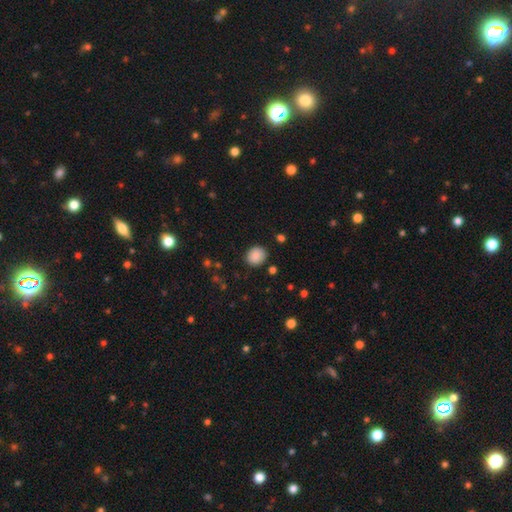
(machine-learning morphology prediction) A smooth galaxy with no disk features (88%) that is round (76%). Merging: none (87%).